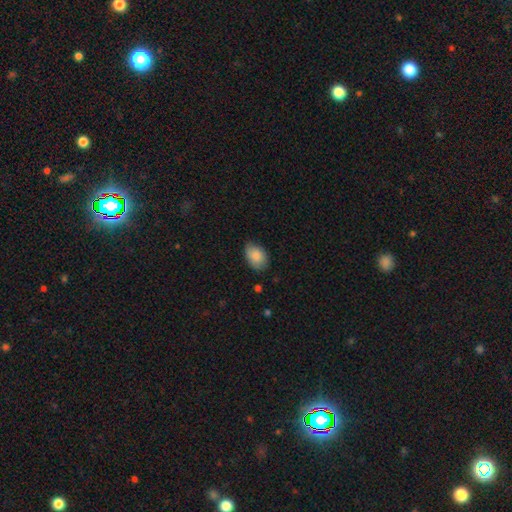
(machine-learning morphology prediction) Q: Smooth or featured?
A: smooth (87%); runner-up: star or artifact (7%)
Q: How rounded?
A: in between (84%); runner-up: round (15%)
Q: Merging?
A: none (76%); runner-up: minor disturbance (20%)